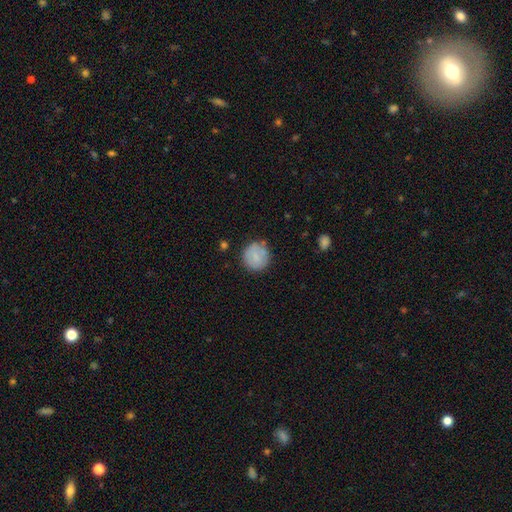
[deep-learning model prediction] Overall: smooth (76%). How rounded: round (92%). Merging: none (79%).